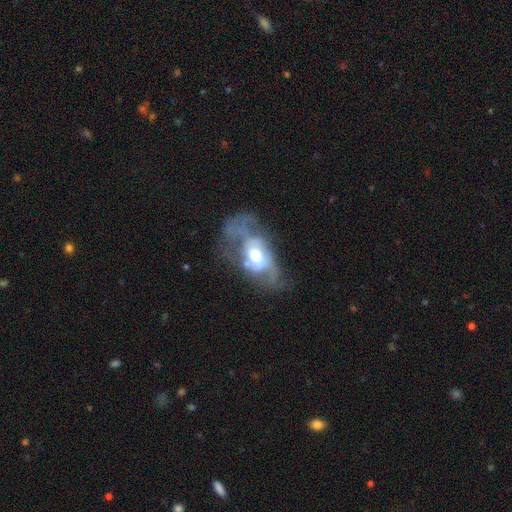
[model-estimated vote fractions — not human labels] The model was most divided on "spiral arms": yes: 52%, no: 48%. Remaining: edge-on disk — no (95%); smooth or featured — featured or disk (66%); bulge size — moderate (64%); bar — no (64%); merging — major disturbance (47%).